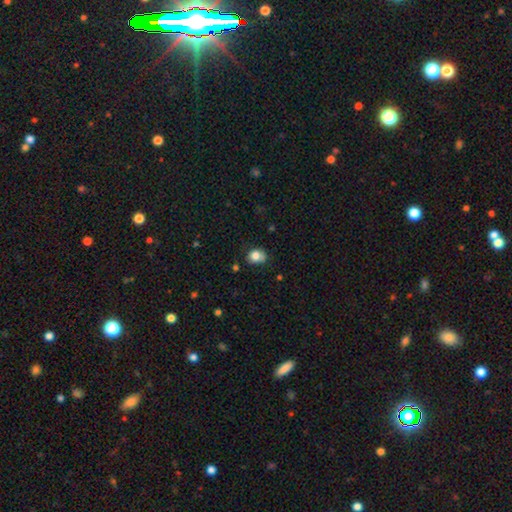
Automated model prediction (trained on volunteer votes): Q: Smooth or featured?
A: smooth (81%); runner-up: star or artifact (10%)
Q: How rounded?
A: round (59%); runner-up: in between (40%)
Q: Merging?
A: none (60%); runner-up: minor disturbance (28%)